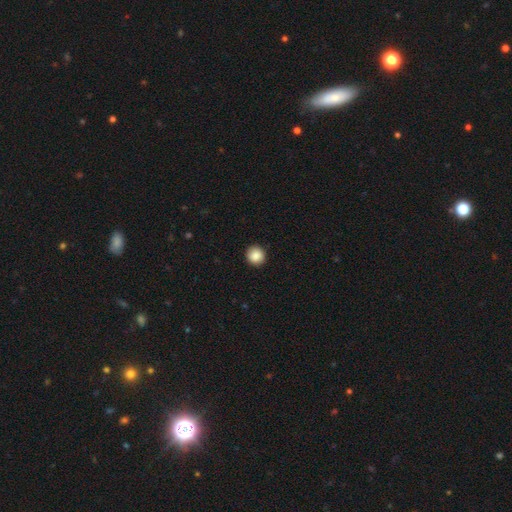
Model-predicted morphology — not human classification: Smooth or featured? smooth (88%)
How rounded? round (92%)
Merging? none (91%)